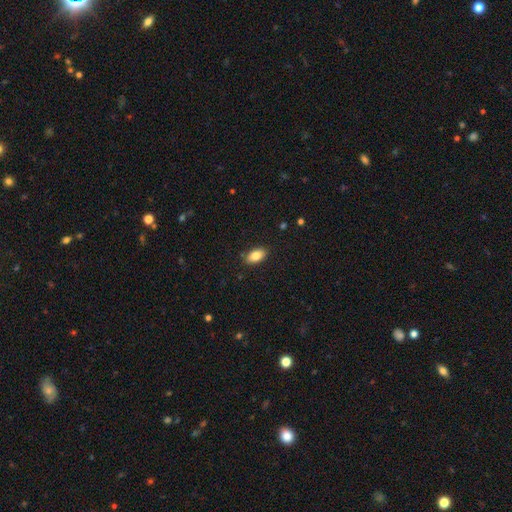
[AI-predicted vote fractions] smooth 83%, featured or disk 10%, star or artifact 8%. Down the decision tree: how rounded — in between (91%); merging — none (87%).